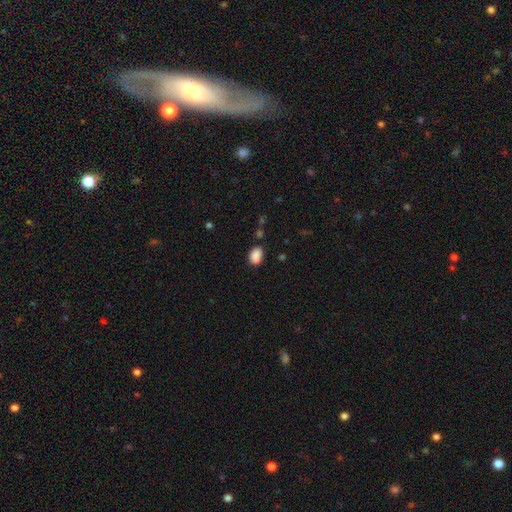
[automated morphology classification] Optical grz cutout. It shows a smooth galaxy with no disk features (88%) that is in between round and cigar-shaped (84%). Merging: none (79%).